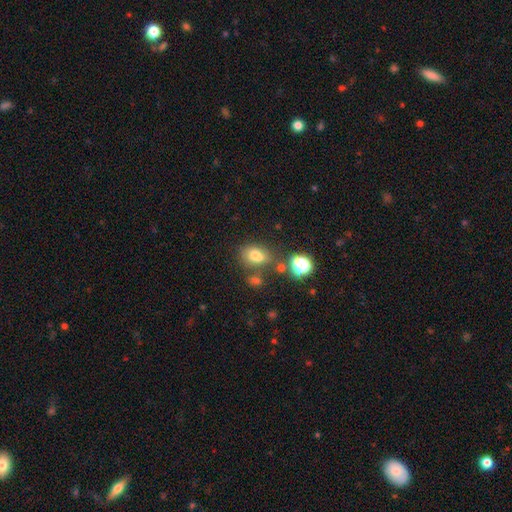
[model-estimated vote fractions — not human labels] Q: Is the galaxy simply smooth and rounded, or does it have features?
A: smooth — 74%.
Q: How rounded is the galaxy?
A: in between — 69%.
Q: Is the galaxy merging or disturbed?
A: none — 59%.